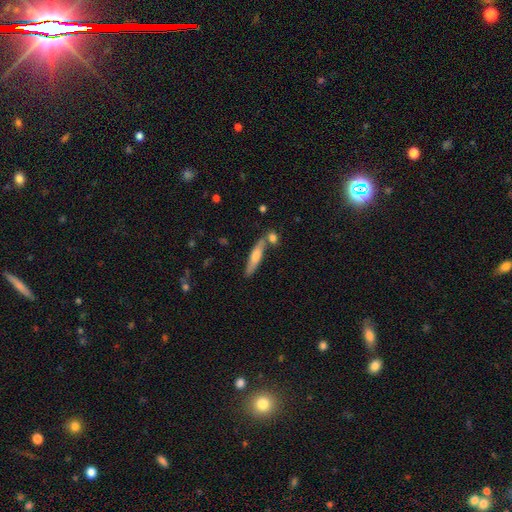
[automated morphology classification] Q: Smooth or featured?
A: smooth (57%); runner-up: featured or disk (38%)
Q: How rounded?
A: cigar-shaped (86%); runner-up: in between (13%)
Q: Merging?
A: none (71%); runner-up: merger (14%)